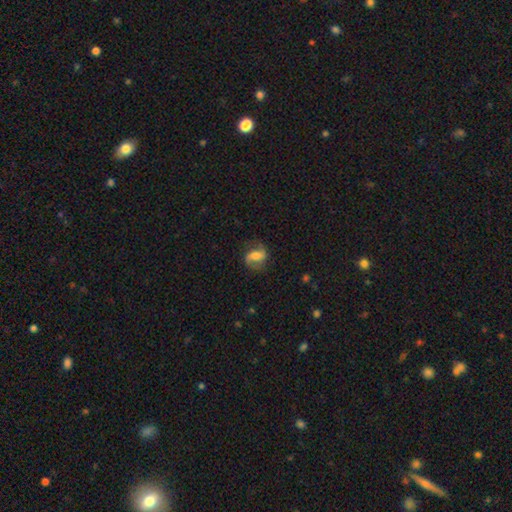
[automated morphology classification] Q: Smooth or featured?
A: featured or disk (55%); runner-up: smooth (38%)
Q: Edge-on disk?
A: no (94%); runner-up: yes (6%)
Q: Bar?
A: strong (41%); runner-up: weak (35%)
Q: Spiral arms?
A: yes (82%); runner-up: no (18%)
Q: Bulge size?
A: moderate (48%); runner-up: small (29%)
Q: Merging?
A: none (71%); runner-up: minor disturbance (18%)